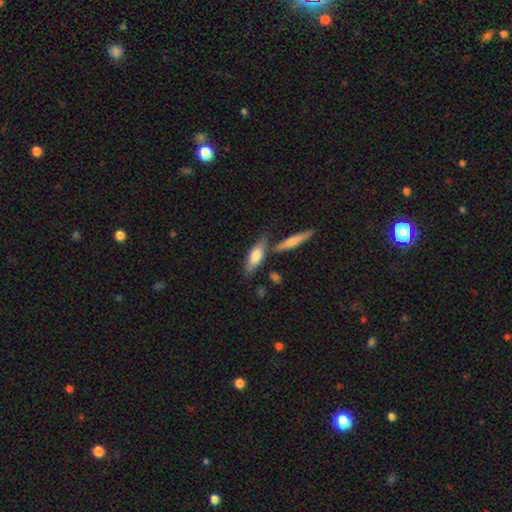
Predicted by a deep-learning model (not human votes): smooth 64%, featured or disk 30%, star or artifact 6%. Down the decision tree: how rounded — in between (52%); merging — none (63%).